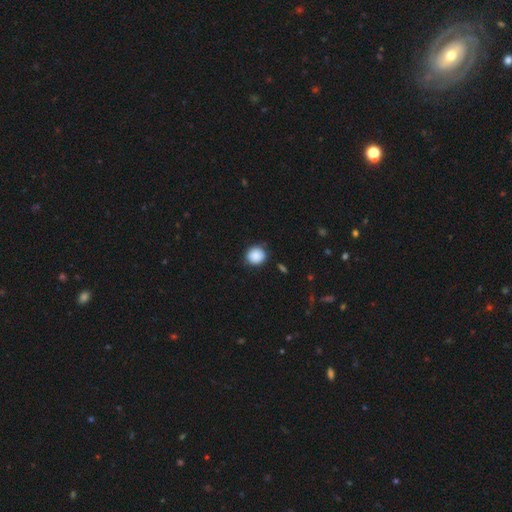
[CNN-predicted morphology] smooth 88%, star or artifact 8%, featured or disk 3%. Down the decision tree: how rounded — round (87%); merging — none (85%).